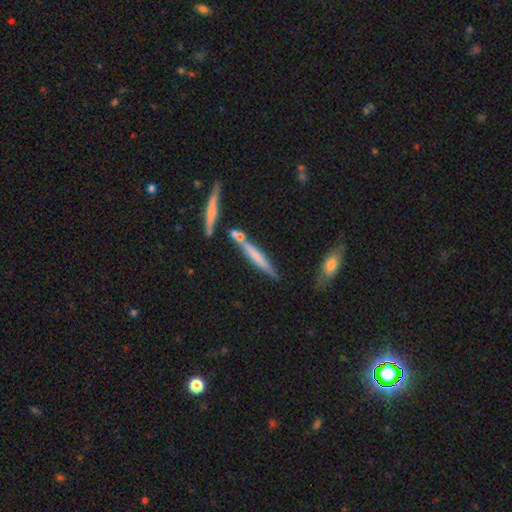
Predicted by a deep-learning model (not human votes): Overall: smooth (51%; featured or disk 43%). How rounded: cigar-shaped (94%). Merging: none (74%).